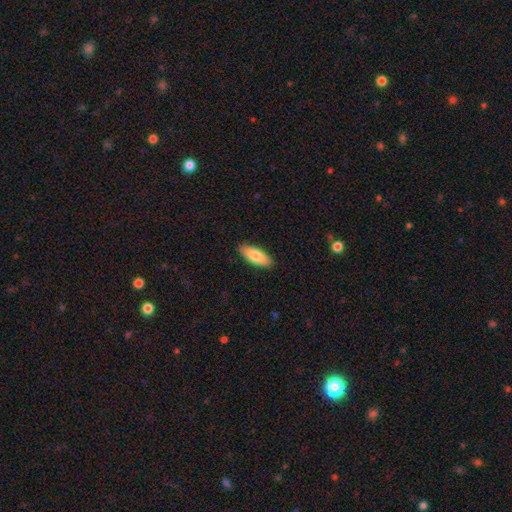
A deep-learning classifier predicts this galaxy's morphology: smooth_or_featured: smooth (p=0.80) [alt: featured or disk p=0.14]
how_rounded: in between (p=0.77) [alt: cigar-shaped p=0.21]
merging: none (p=0.88) [alt: minor disturbance p=0.09]